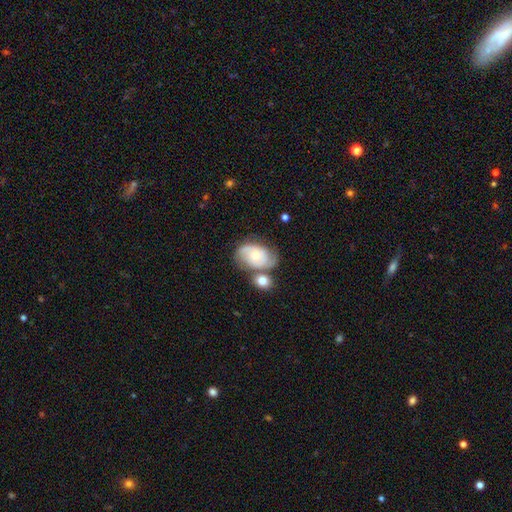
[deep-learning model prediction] This is likely a featured or disk galaxy (67%). It is clearly not viewed edge-on (97%). Bar: likely no (75%). Spiral arm pattern: clearly yes (88%). Spiral arm count: likely 2 (74%). Spiral winding: marginally medium (43%). Central bulge: possibly small (54%). Merging: possibly none (50%).